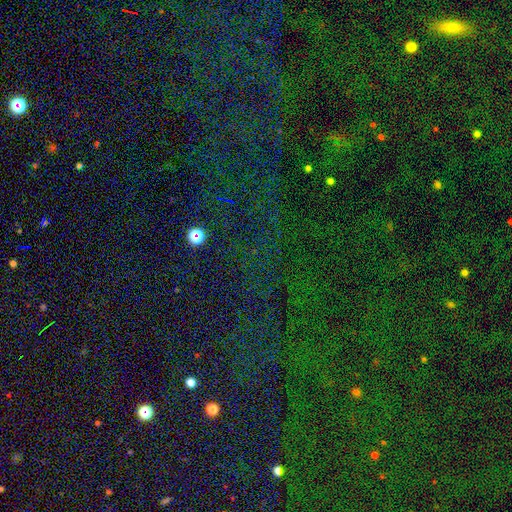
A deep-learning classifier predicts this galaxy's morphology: Smooth or featured? Predicted: star or artifact (p=0.82).